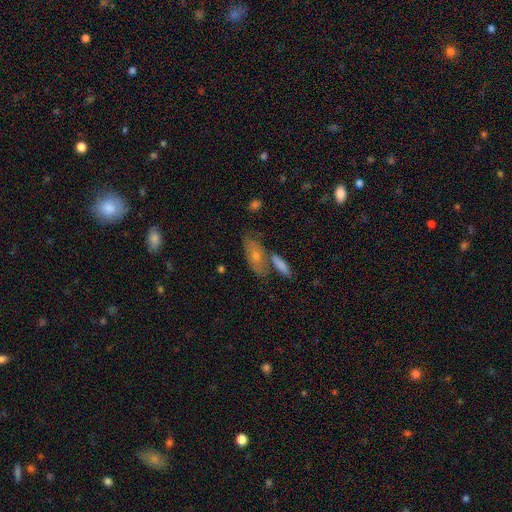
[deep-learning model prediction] Q: Smooth or featured?
A: smooth (61%); runner-up: featured or disk (32%)
Q: How rounded?
A: in between (76%); runner-up: cigar-shaped (19%)
Q: Merging?
A: none (55%); runner-up: merger (23%)